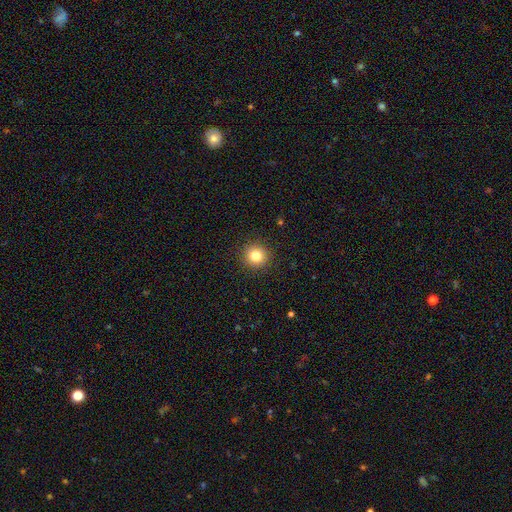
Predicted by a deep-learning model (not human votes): This appears to be a smooth galaxy with no disk features (82%) that is round (93%). Merging: none (92%).